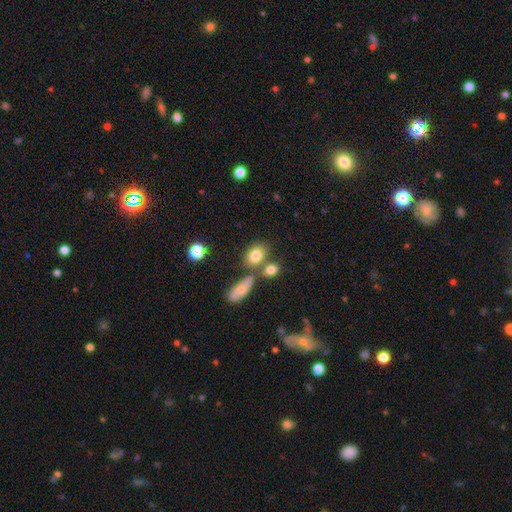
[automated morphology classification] smooth_or_featured: smooth (p=0.78) [alt: featured or disk p=0.12]
how_rounded: in between (p=0.70) [alt: round p=0.27]
merging: none (p=0.55) [alt: merger p=0.27]